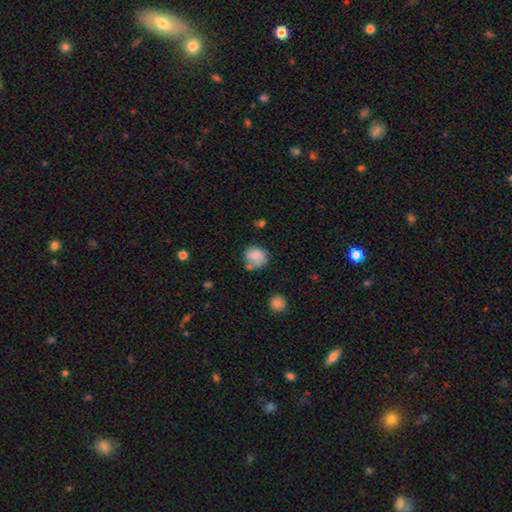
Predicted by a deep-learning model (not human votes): Smooth or featured?
  - smooth: 79% *
  - featured or disk: 12%
  - star or artifact: 9%
How rounded?
  - round: 74% *
  - in between: 25%
  - cigar-shaped: 1%
Merging?
  - none: 57% *
  - minor disturbance: 25%
  - merger: 10%
  - major disturbance: 9%